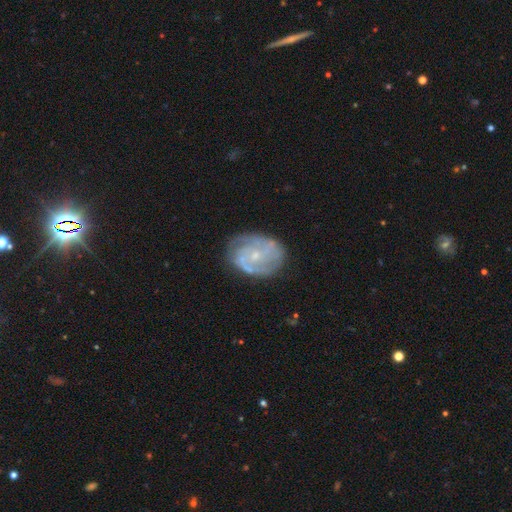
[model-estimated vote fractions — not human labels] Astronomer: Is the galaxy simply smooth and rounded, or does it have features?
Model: featured or disk — 80%.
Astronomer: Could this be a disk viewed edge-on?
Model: no — 98%.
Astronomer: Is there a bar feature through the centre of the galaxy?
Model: no — 64%.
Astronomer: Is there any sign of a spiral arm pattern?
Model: yes — 91%.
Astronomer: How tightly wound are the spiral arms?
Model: tight — 47% (runner-up: medium, 40%).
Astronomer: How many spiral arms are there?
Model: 2 — 38% (runner-up: can't tell, 27%).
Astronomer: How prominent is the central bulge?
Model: small — 73%.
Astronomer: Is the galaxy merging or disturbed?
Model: none — 70%.